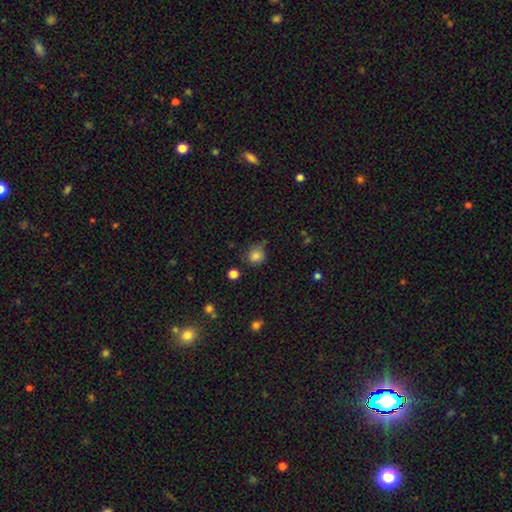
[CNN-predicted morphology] smooth-or-featured: smooth: 83% | star or artifact: 12% | featured or disk: 6%
  how-rounded: round: 84% | in between: 15% | cigar-shaped: 1%
  merging: none: 69% | minor disturbance: 21% | major disturbance: 5% | merger: 5%